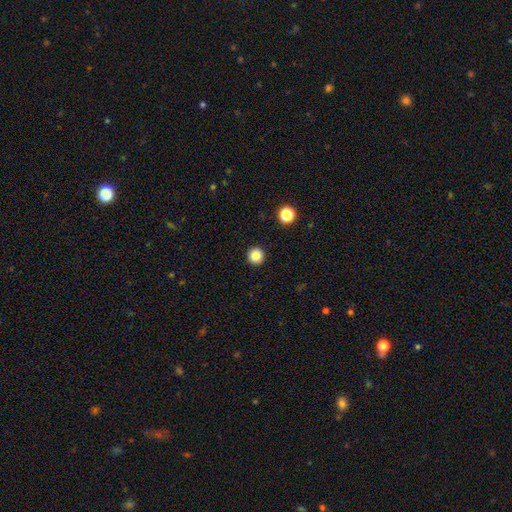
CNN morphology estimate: The model was most divided on "smooth or featured": smooth: 87%, star or artifact: 11%, featured or disk: 2%. More confident: how rounded — round (95%); merging — none (92%).